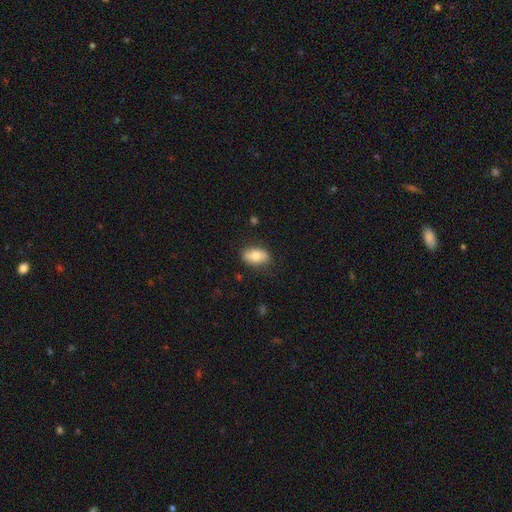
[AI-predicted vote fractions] Morphology: type=smooth (73%); roundness=in between (89%); merging=none (81%).